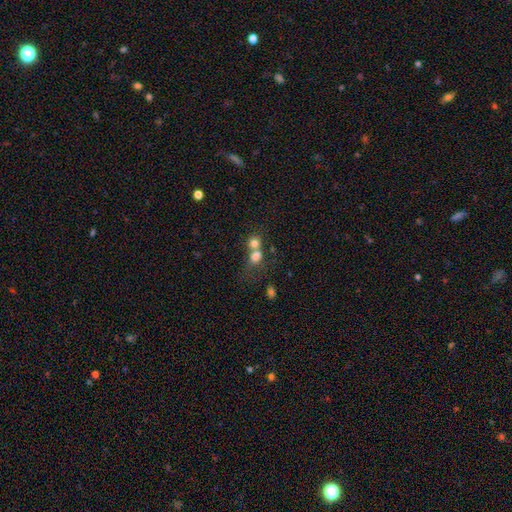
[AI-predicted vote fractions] smooth-or-featured: smooth: 76% | featured or disk: 13% | star or artifact: 12%
  how-rounded: round: 59% | in between: 39% | cigar-shaped: 2%
  merging: merger: 62% | none: 26% | minor disturbance: 7% | major disturbance: 5%